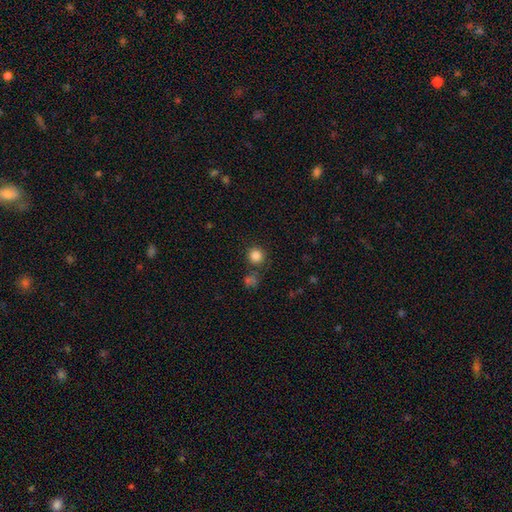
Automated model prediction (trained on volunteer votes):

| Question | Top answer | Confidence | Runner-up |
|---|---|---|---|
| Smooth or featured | smooth | 84% | star or artifact (12%) |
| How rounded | round | 94% | in between (6%) |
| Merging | none | 84% | minor disturbance (7%) |